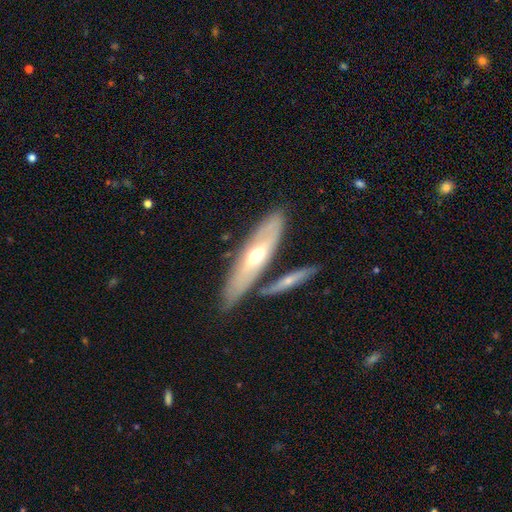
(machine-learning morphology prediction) This appears to be a featured or disk galaxy (55%) viewed edge-on (56%). Merging: none (71%).